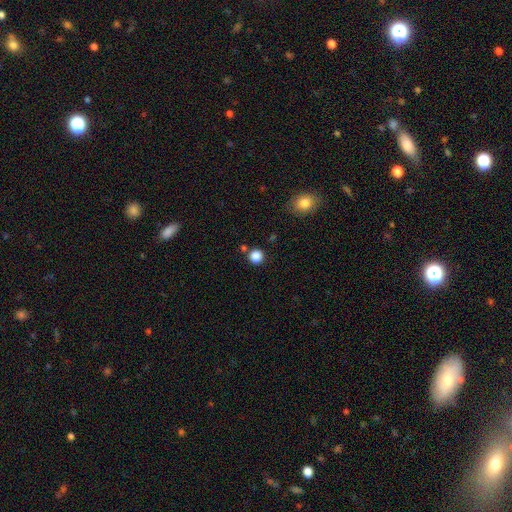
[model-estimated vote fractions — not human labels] The model was most divided on "smooth or featured": smooth: 85%, star or artifact: 12%, featured or disk: 3%. More confident: how rounded — round (93%); merging — none (85%).